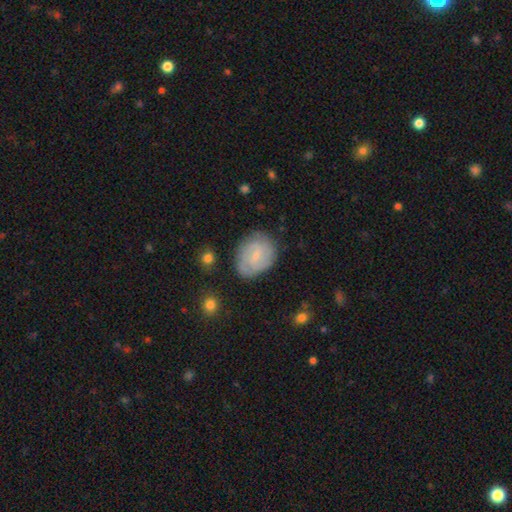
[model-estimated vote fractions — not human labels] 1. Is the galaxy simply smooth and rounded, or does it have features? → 57% featured or disk, 35% smooth, 7% star or artifact.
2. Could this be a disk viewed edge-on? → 97% no, 3% yes.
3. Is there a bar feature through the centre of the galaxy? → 55% weak, 35% no, 10% strong.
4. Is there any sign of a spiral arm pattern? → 86% yes, 14% no.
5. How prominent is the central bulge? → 70% small, 16% moderate, 12% none, 1% large, 1% dominant.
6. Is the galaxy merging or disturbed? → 74% none, 19% minor disturbance, 5% major disturbance, 2% merger.